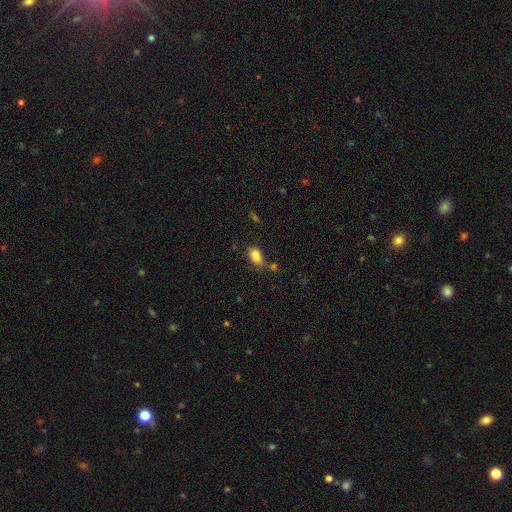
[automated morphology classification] Smooth or featured: smooth — 84% (star or artifact — 10%)
How rounded: in between — 88% (round — 9%)
Merging: none — 63% (minor disturbance — 21%)